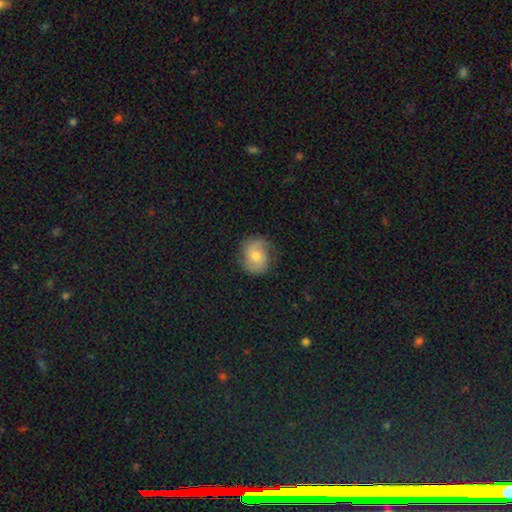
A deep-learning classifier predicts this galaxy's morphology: smooth_or_featured: smooth (p=0.52) [alt: featured or disk p=0.40]
how_rounded: round (p=0.58) [alt: in between p=0.41]
merging: none (p=0.73) [alt: minor disturbance p=0.20]